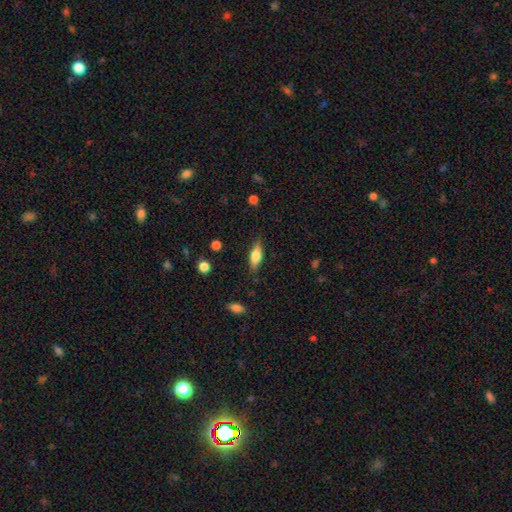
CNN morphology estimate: Smooth or featured?
  - smooth: 63% *
  - featured or disk: 30%
  - star or artifact: 7%
How rounded?
  - in between: 61% *
  - cigar-shaped: 36%
  - round: 3%
Merging?
  - none: 83% *
  - minor disturbance: 13%
  - major disturbance: 3%
  - merger: 1%